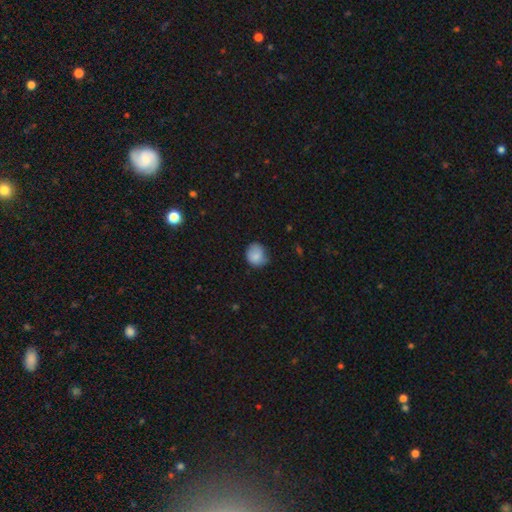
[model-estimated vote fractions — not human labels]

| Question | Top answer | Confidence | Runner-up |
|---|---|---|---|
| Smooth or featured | smooth | 84% | star or artifact (8%) |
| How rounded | round | 77% | in between (22%) |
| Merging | none | 58% | minor disturbance (34%) |